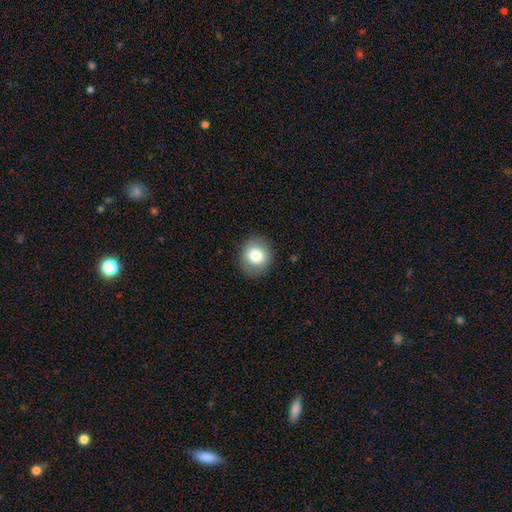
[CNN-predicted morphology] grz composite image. It shows a smooth galaxy with no disk features (80%) that is round (79%). Merging: none (87%).